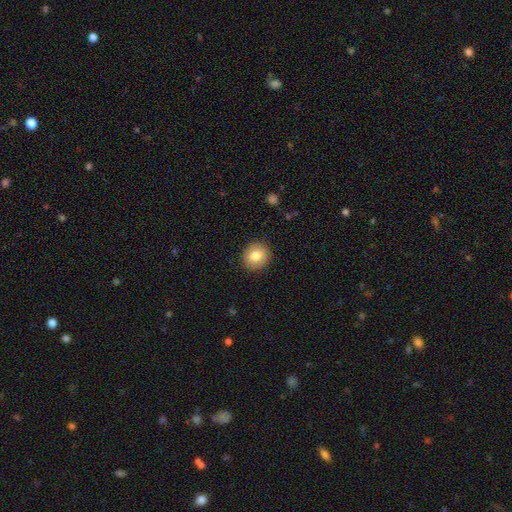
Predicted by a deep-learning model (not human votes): Smooth or featured?
  - smooth: 81% *
  - featured or disk: 11%
  - star or artifact: 8%
How rounded?
  - round: 80% *
  - in between: 19%
  - cigar-shaped: 1%
Merging?
  - none: 90% *
  - minor disturbance: 7%
  - major disturbance: 2%
  - merger: 1%